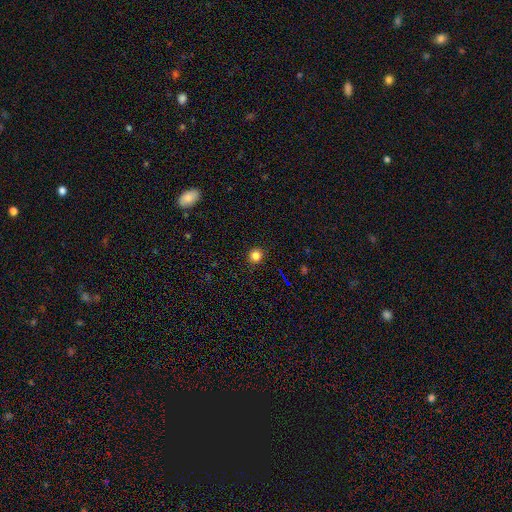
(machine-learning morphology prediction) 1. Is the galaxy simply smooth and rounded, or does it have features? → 82% smooth, 13% star or artifact, 4% featured or disk.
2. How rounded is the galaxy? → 94% round, 5% in between, 1% cigar-shaped.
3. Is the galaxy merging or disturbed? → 92% none, 5% minor disturbance, 2% major disturbance, 1% merger.